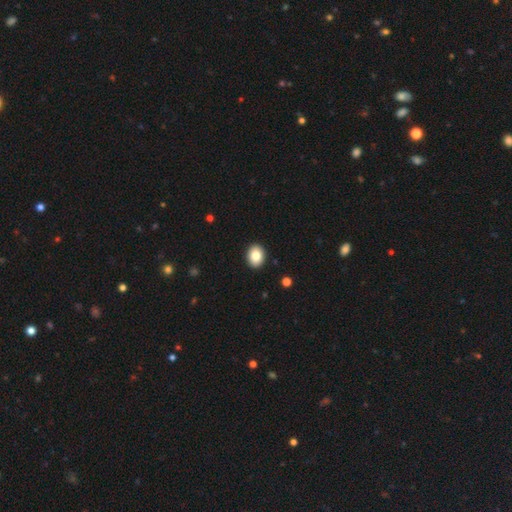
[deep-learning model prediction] This is clearly a smooth galaxy (84%). How rounded: possibly in between (58%). Merging: clearly none (92%).